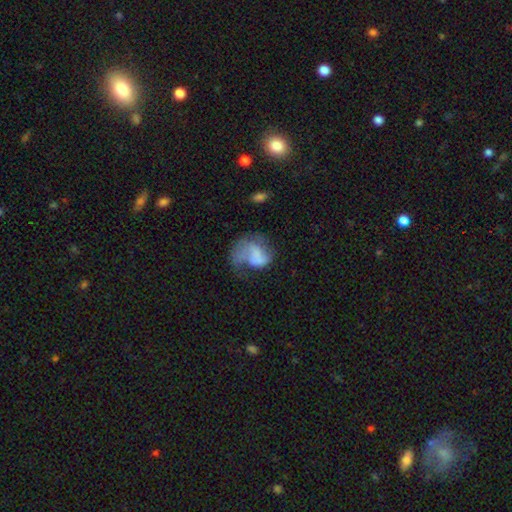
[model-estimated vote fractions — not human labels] Q: Smooth or featured?
A: featured or disk (49%); runner-up: smooth (42%)
Q: Merging?
A: major disturbance (50%); runner-up: none (23%)